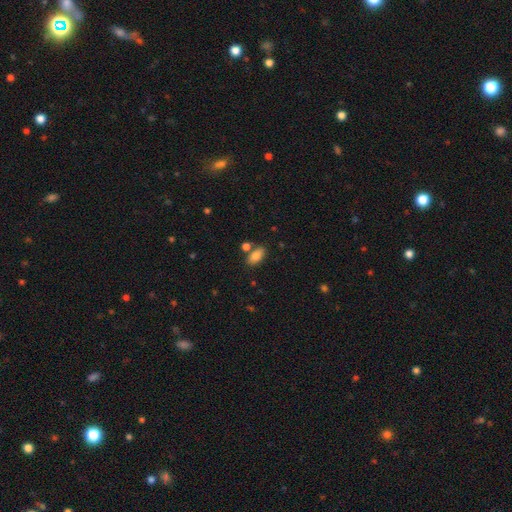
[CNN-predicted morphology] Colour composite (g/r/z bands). It shows a smooth galaxy with no disk features (84%) that is in between round and cigar-shaped (90%). Merging: none (72%).